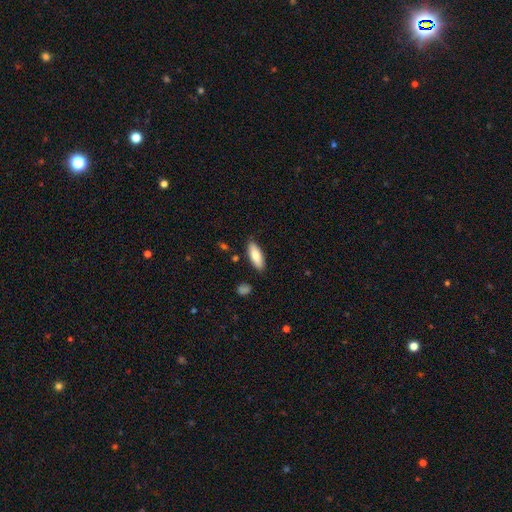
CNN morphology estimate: Q: Smooth or featured?
A: smooth (80%); runner-up: featured or disk (14%)
Q: How rounded?
A: in between (73%); runner-up: cigar-shaped (25%)
Q: Merging?
A: none (85%); runner-up: minor disturbance (11%)